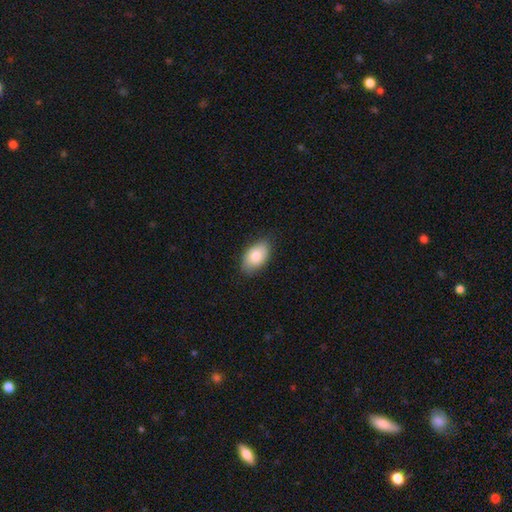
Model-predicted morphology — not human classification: Smooth or featured?
  - smooth: 83% *
  - featured or disk: 10%
  - star or artifact: 6%
How rounded?
  - in between: 93% *
  - round: 6%
  - cigar-shaped: 1%
Merging?
  - none: 82% *
  - minor disturbance: 15%
  - major disturbance: 3%
  - merger: 1%